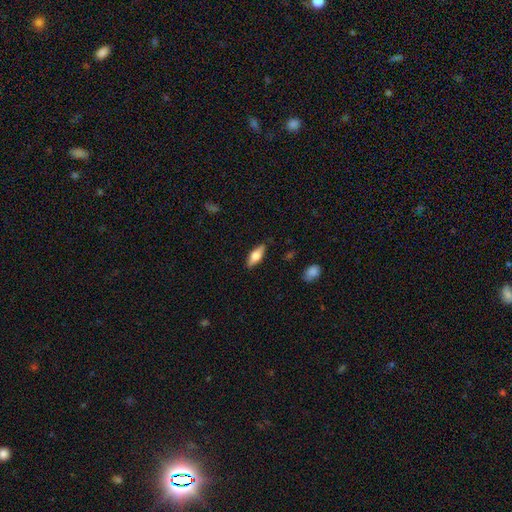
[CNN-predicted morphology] A smooth galaxy with no disk features (60%) that is in between round and cigar-shaped (69%).

Vote fractions:
- Smooth or featured? smooth: 60% / featured or disk: 34% / star or artifact: 6%
- How rounded? in between: 69% / cigar-shaped: 28% / round: 3%
- Merging? none: 86% / minor disturbance: 11% / major disturbance: 2% / merger: 1%